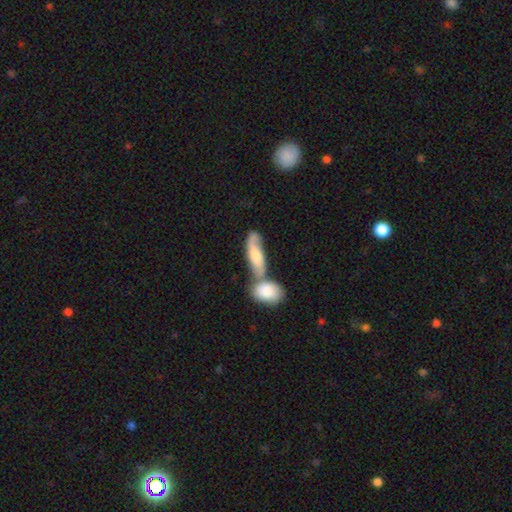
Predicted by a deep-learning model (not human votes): Smooth or featured: smooth — 56% (featured or disk — 38%)
How rounded: in between — 61% (cigar-shaped — 36%)
Merging: merger — 49% (none — 34%)